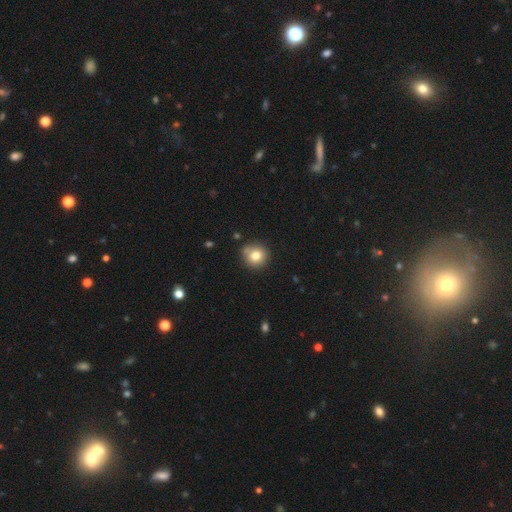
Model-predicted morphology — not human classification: A smooth galaxy with no disk features (79%) that is round (90%). Merging: none (78%).